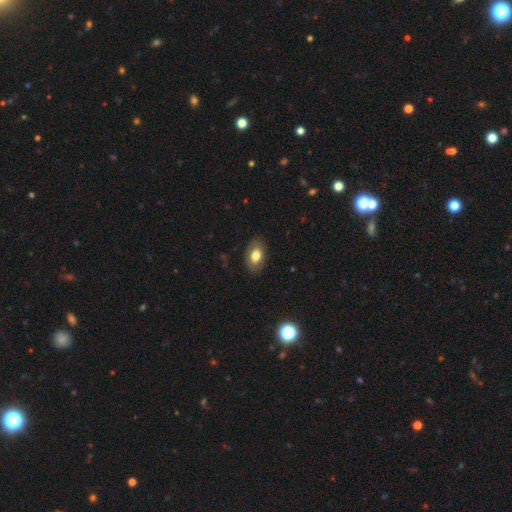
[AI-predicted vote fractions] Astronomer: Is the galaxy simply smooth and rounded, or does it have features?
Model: smooth — 72%.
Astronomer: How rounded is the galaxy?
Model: in between — 89%.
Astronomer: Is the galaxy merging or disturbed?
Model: none — 83%.